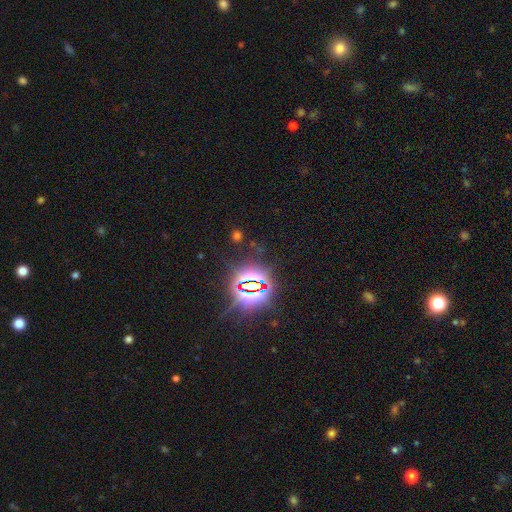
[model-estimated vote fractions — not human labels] Morphology: type=star or artifact (84%).